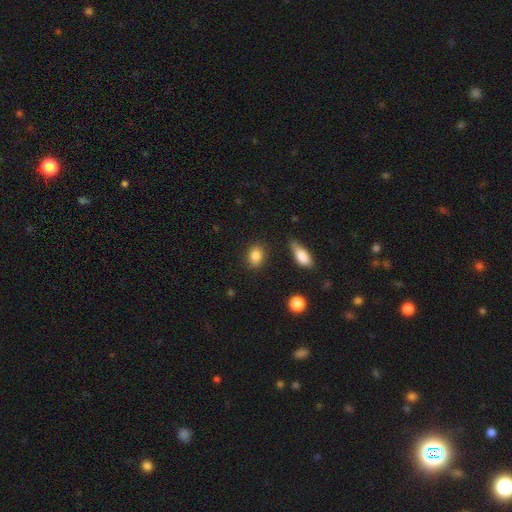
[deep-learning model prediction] A smooth galaxy with no disk features (85%) that is in between round and cigar-shaped (64%). Merging: none (82%).